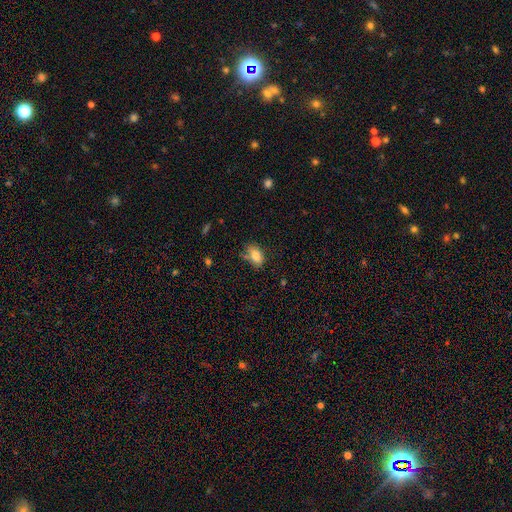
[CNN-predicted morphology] Smooth or featured?
  - smooth: 80% *
  - featured or disk: 11%
  - star or artifact: 9%
How rounded?
  - in between: 85% *
  - round: 13%
  - cigar-shaped: 2%
Merging?
  - none: 64% *
  - minor disturbance: 25%
  - major disturbance: 6%
  - merger: 5%